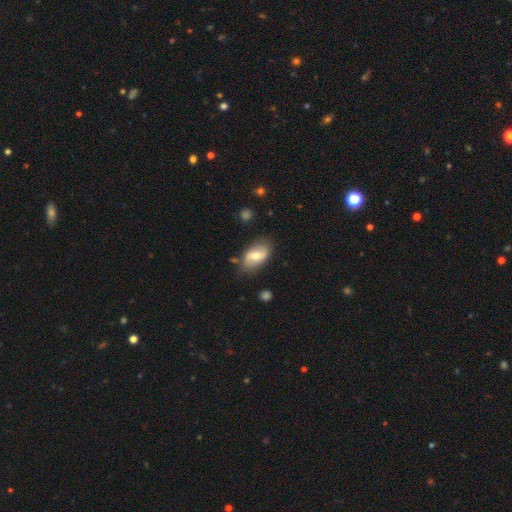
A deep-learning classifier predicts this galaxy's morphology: Smooth or featured?
  - smooth: 54% *
  - featured or disk: 40%
  - star or artifact: 6%
How rounded?
  - in between: 91% *
  - round: 6%
  - cigar-shaped: 3%
Merging?
  - none: 77% *
  - minor disturbance: 17%
  - major disturbance: 4%
  - merger: 2%